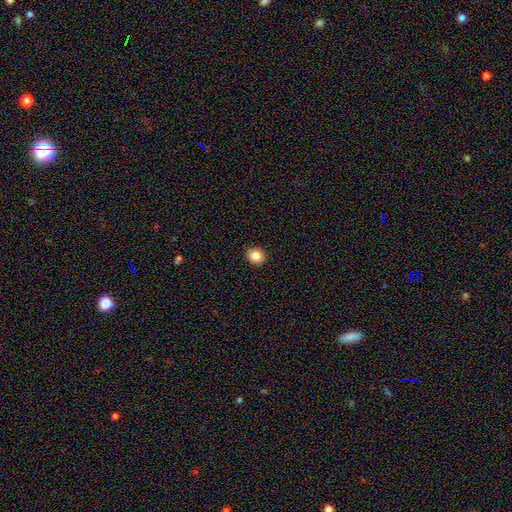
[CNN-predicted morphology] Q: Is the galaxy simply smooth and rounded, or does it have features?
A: smooth — 85%.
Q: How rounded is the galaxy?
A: round — 74%.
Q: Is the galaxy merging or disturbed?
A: none — 93%.